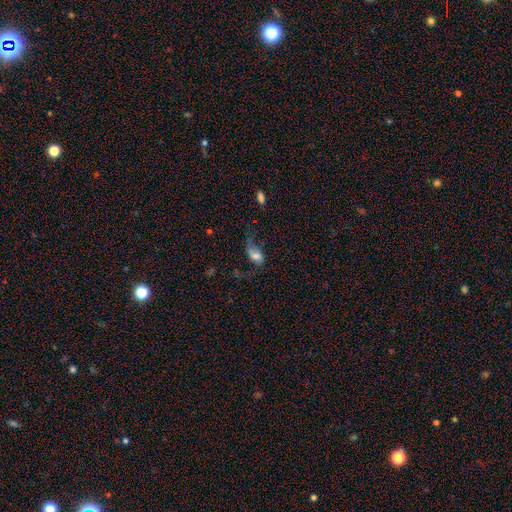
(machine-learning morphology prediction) smooth 47%, featured or disk 40%, star or artifact 12%. Down the decision tree: merging — major disturbance (41%).